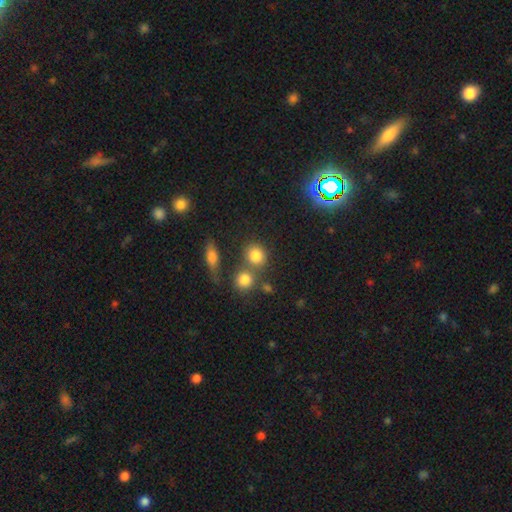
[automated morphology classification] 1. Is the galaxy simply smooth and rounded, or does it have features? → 80% smooth, 12% star or artifact, 8% featured or disk.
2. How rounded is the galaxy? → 78% round, 20% in between, 2% cigar-shaped.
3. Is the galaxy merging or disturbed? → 57% none, 28% merger, 10% minor disturbance, 5% major disturbance.